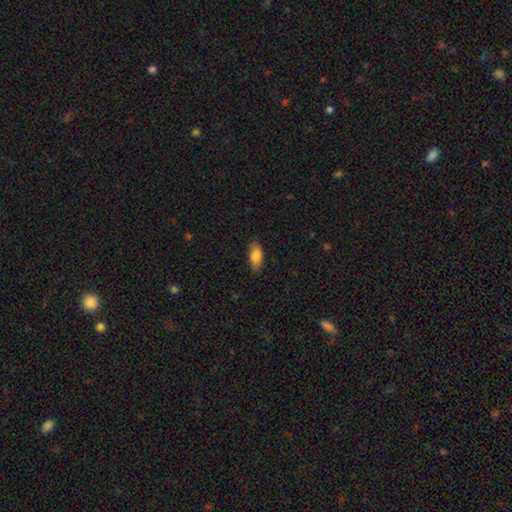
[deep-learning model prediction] Overall: smooth (87%). How rounded: in between (88%). Merging: none (83%).